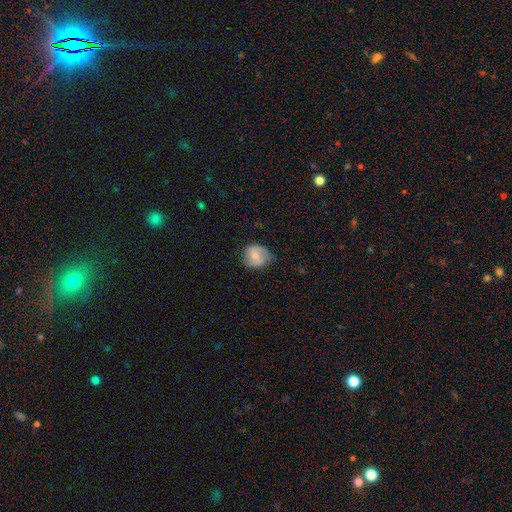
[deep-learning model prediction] smooth-or-featured: smooth: 62% | featured or disk: 30% | star or artifact: 8%
  how-rounded: round: 74% | in between: 25% | cigar-shaped: 1%
  merging: none: 73% | minor disturbance: 21% | major disturbance: 5% | merger: 1%